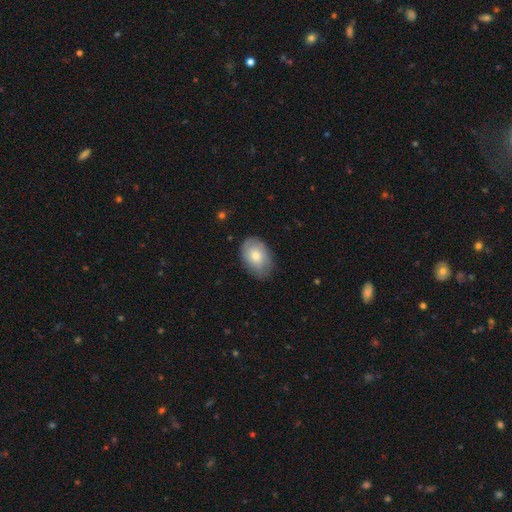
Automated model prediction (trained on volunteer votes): This appears to be a smooth galaxy with no disk features (71%) that is in between round and cigar-shaped (84%). Merging: none (77%).